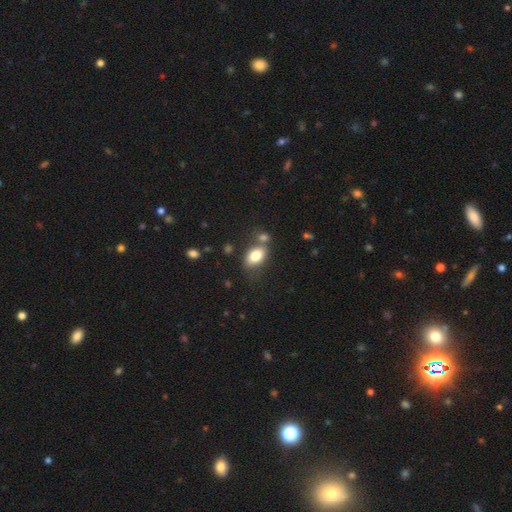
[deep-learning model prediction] Smooth or featured? Predicted: smooth (p=0.80). How rounded? Predicted: in between (p=0.87). Merging? Predicted: none (p=0.57).